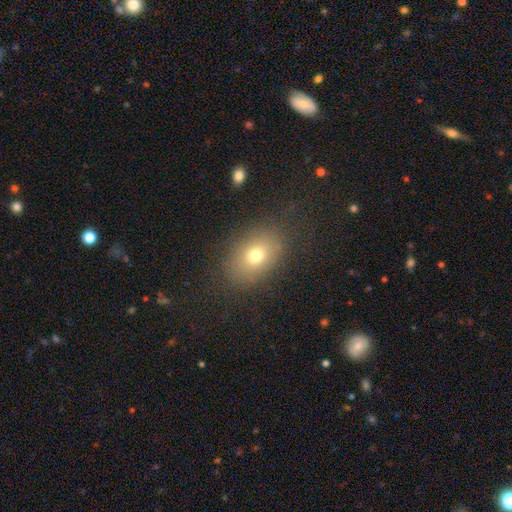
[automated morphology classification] Overall: smooth (72%). How rounded: in between (73%). Merging: none (79%).